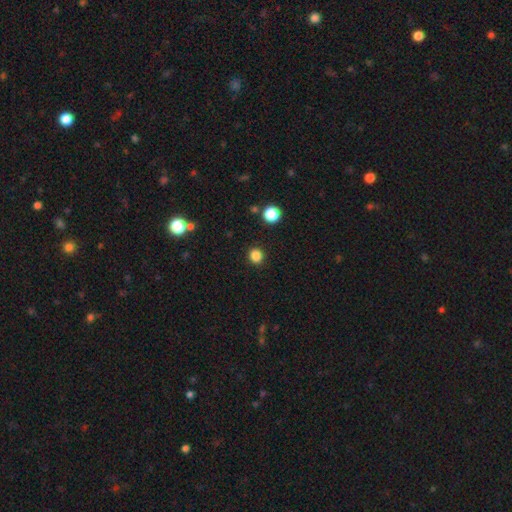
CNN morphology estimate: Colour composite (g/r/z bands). It shows a smooth galaxy with no disk features (84%) that is round (84%). Merging: none (91%).